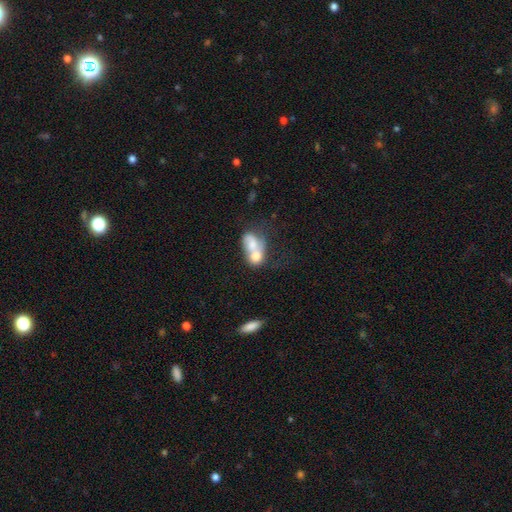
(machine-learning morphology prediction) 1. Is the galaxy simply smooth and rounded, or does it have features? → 62% smooth, 30% featured or disk, 8% star or artifact.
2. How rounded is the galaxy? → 69% in between, 28% round, 2% cigar-shaped.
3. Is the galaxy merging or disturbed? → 75% merger, 11% none, 8% major disturbance, 6% minor disturbance.